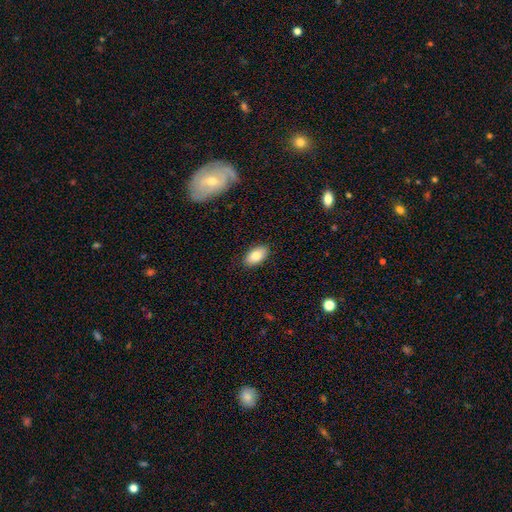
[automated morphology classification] Overall: smooth (82%). How rounded: in between (93%). Merging: none (87%).